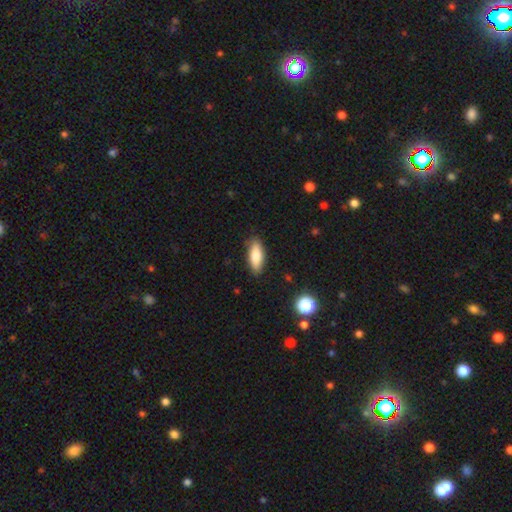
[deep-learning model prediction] Q: Smooth or featured?
A: smooth (80%); runner-up: featured or disk (13%)
Q: How rounded?
A: in between (68%); runner-up: cigar-shaped (30%)
Q: Merging?
A: none (85%); runner-up: minor disturbance (11%)